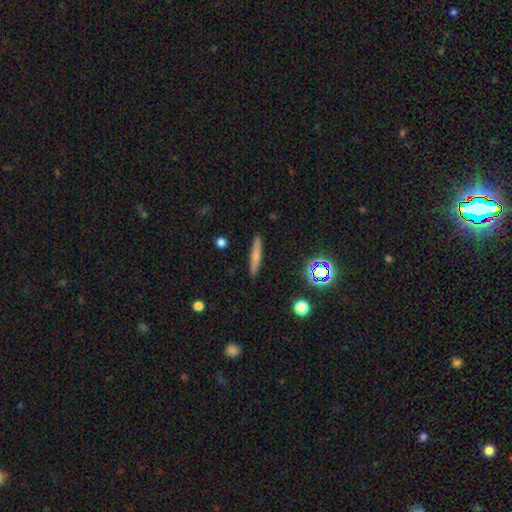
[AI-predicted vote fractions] smooth_or_featured: smooth (p=0.68) [alt: featured or disk p=0.22]
how_rounded: cigar-shaped (p=0.91) [alt: in between p=0.06]
merging: none (p=0.90) [alt: minor disturbance p=0.07]